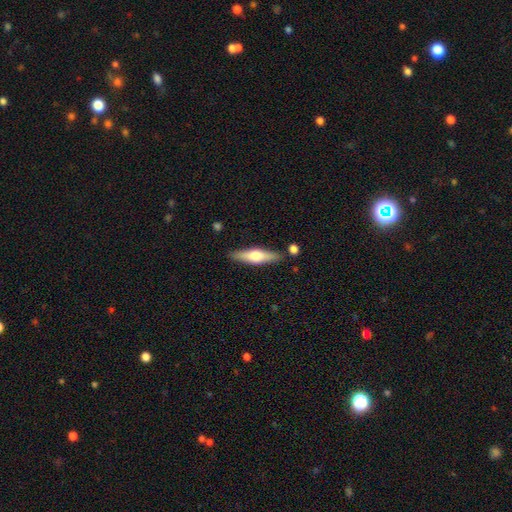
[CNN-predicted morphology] A featured or disk galaxy (50%). Merging: none (84%).